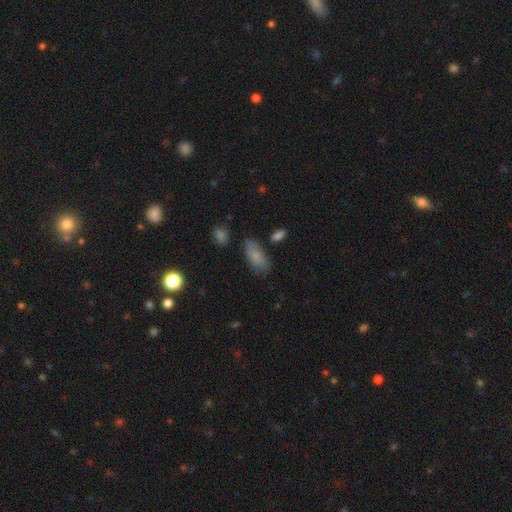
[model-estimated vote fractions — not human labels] Morphology: type=smooth (81%); roundness=in between (87%); merging=none (72%).